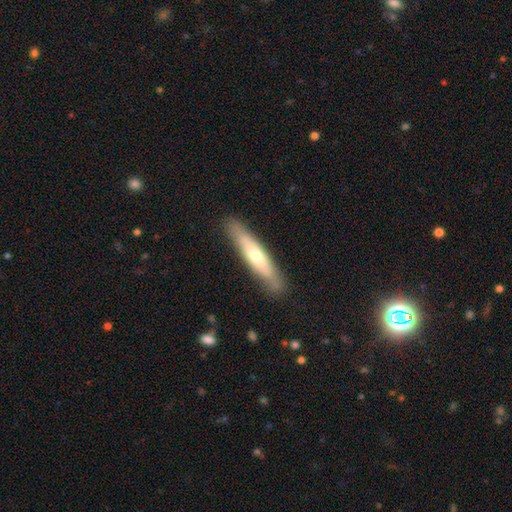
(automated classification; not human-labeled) A smooth galaxy with no disk features (53%) that is cigar-shaped (85%). Merging: none (84%).